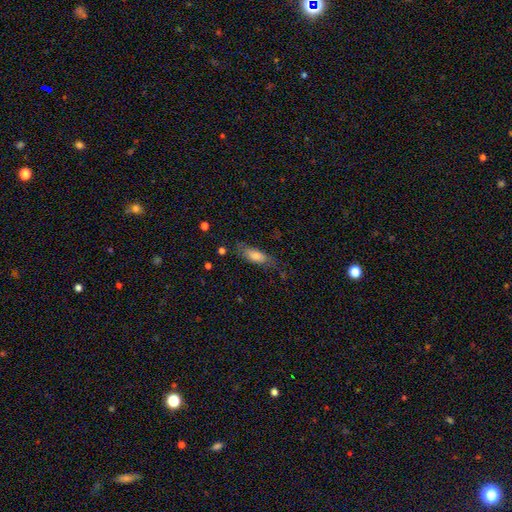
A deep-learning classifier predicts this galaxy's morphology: smooth_or_featured: smooth (p=0.70) [alt: featured or disk p=0.22]
how_rounded: in between (p=0.61) [alt: cigar-shaped p=0.37]
merging: none (p=0.64) [alt: minor disturbance p=0.24]